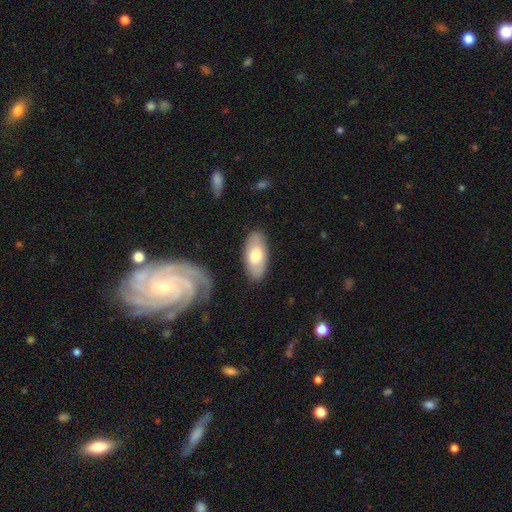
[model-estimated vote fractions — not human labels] This is likely a smooth galaxy (66%). How rounded: clearly in between (90%). Merging: clearly none (83%).